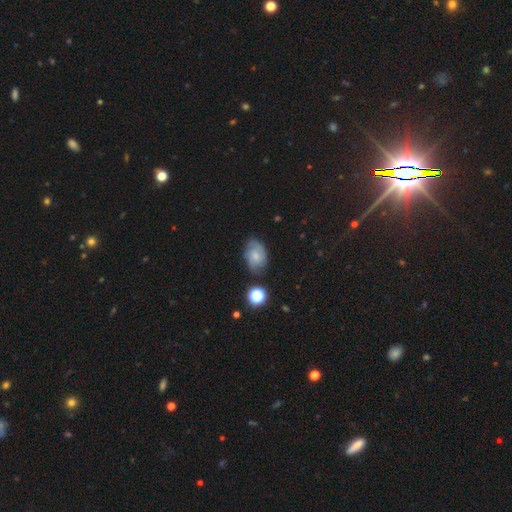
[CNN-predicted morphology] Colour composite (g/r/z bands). It shows a smooth galaxy with no disk features (47%). Merging: none (70%).